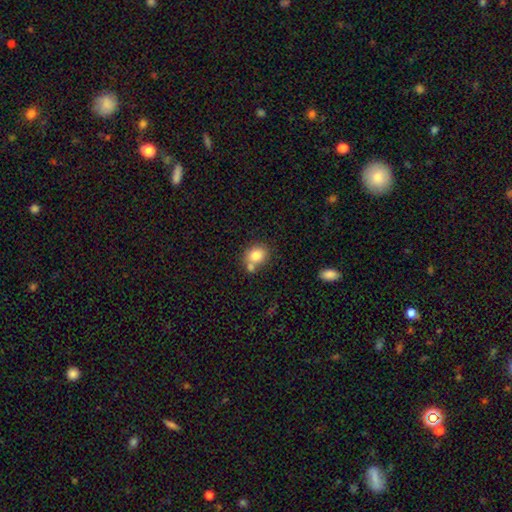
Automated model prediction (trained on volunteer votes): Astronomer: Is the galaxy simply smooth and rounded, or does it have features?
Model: smooth — 81%.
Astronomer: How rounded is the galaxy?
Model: round — 71%.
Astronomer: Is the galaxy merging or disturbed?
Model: none — 52% (runner-up: merger, 33%).